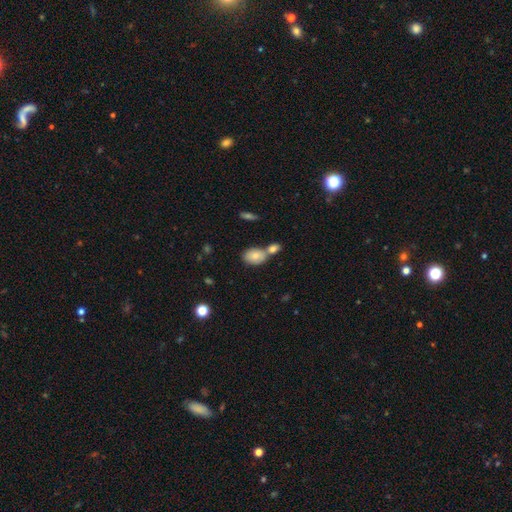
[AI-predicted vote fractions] This is likely a smooth galaxy (79%). How rounded: clearly in between (80%). Merging: marginally none (44%).